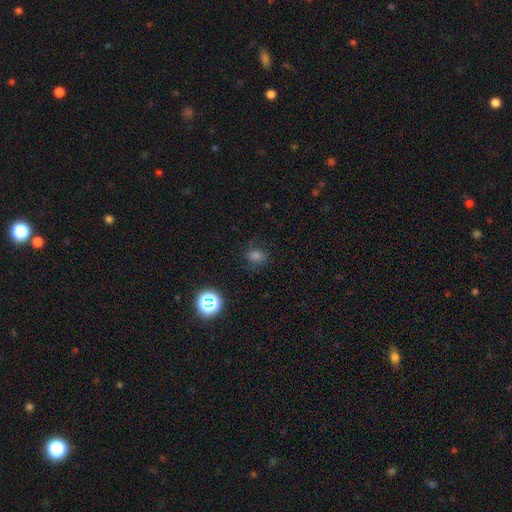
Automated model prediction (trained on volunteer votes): Overall: smooth (63%; star or artifact 28%). How rounded: in between (50%; round 48%). Merging: none (76%).